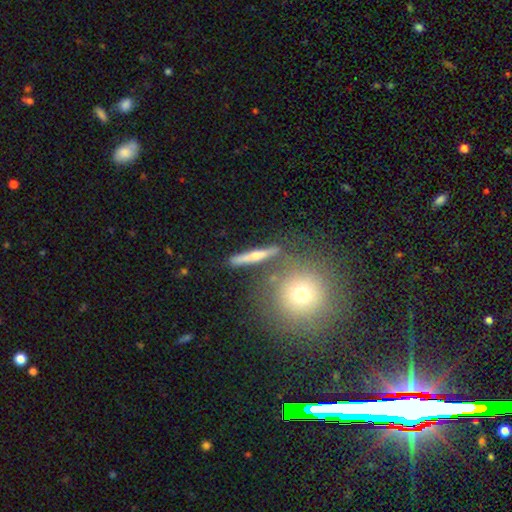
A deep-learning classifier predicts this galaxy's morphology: featured or disk 49%, smooth 40%, star or artifact 12%. Down the decision tree: merging — none (80%).